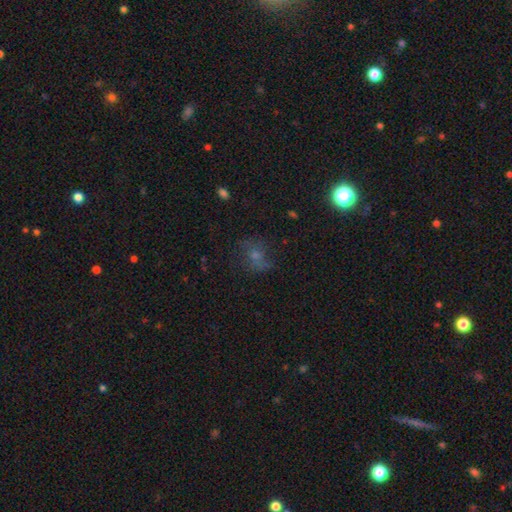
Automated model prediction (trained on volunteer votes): smooth_or_featured: smooth (p=0.37) [alt: featured or disk p=0.32]
merging: none (p=0.65) [alt: minor disturbance p=0.20]